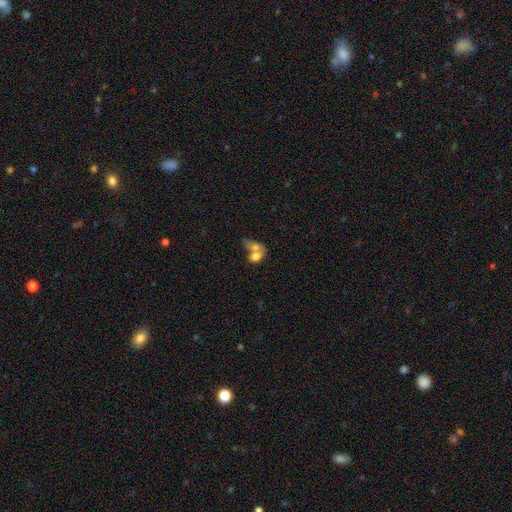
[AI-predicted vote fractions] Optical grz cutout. It shows a smooth galaxy with no disk features (68%) that is in between round and cigar-shaped (70%). Merging: merger (71%).